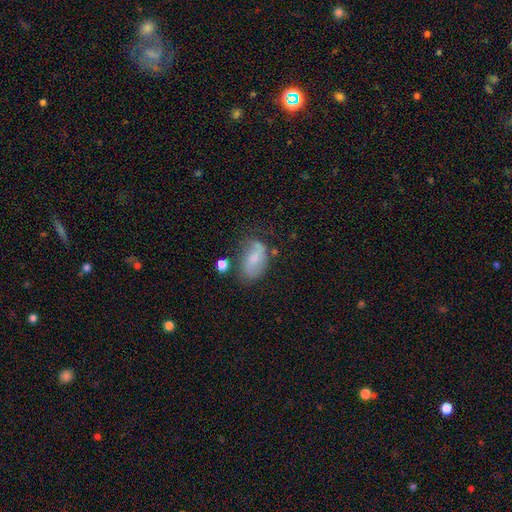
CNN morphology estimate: Smooth or featured: smooth — 55% (featured or disk — 36%)
How rounded: in between — 88% (round — 9%)
Merging: none — 49% (minor disturbance — 29%)